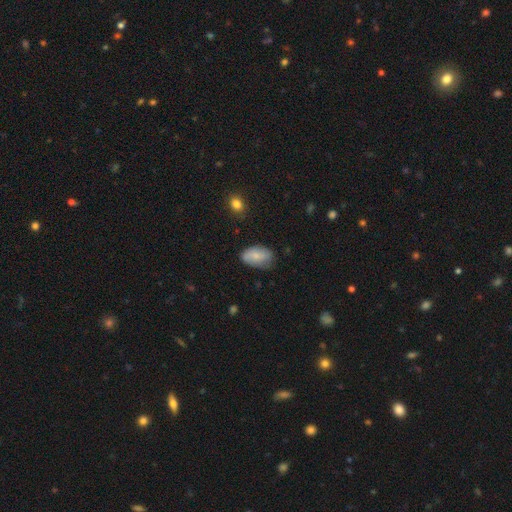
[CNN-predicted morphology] Smooth or featured? smooth (73%)
How rounded? in between (92%)
Merging? none (69%)